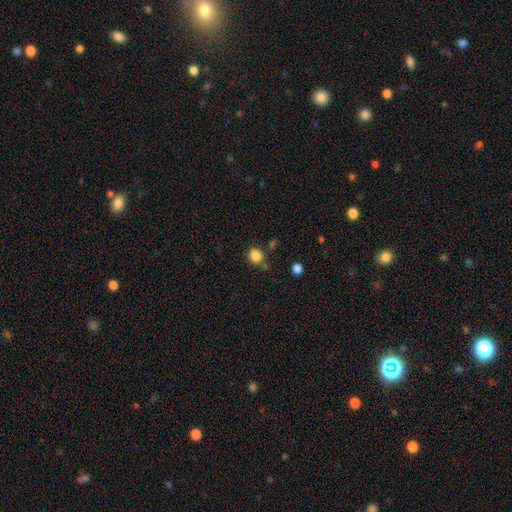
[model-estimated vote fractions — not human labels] Smooth or featured: smooth — 85% (star or artifact — 11%)
How rounded: round — 68% (in between — 31%)
Merging: none — 76% (minor disturbance — 13%)